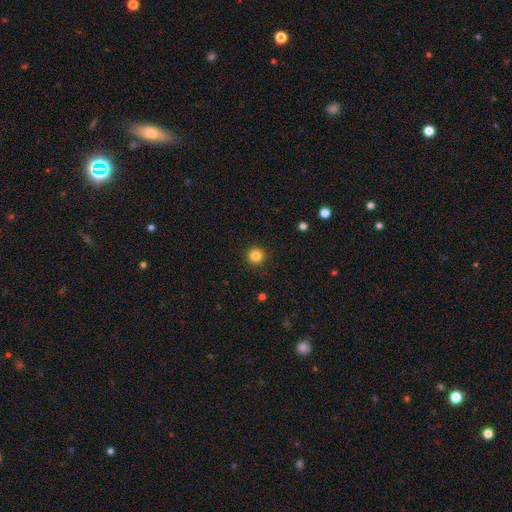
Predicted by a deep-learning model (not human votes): smooth-or-featured: smooth: 83% | star or artifact: 12% | featured or disk: 5%
  how-rounded: round: 96% | in between: 3% | cigar-shaped: 1%
  merging: none: 93% | minor disturbance: 5% | major disturbance: 2% | merger: 1%